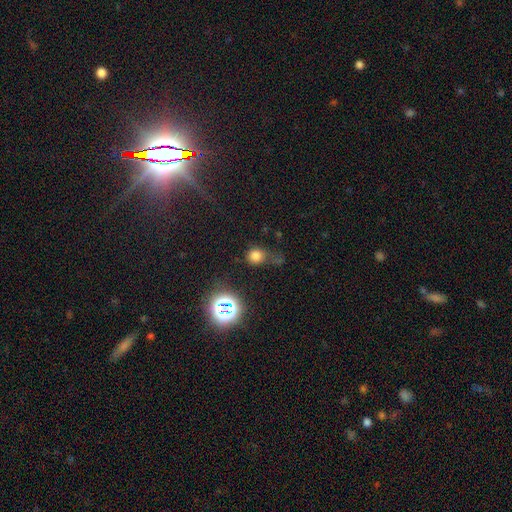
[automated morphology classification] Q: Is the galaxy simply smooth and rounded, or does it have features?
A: smooth — 72%.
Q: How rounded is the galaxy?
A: round — 83%.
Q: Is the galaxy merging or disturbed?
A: none — 59%.